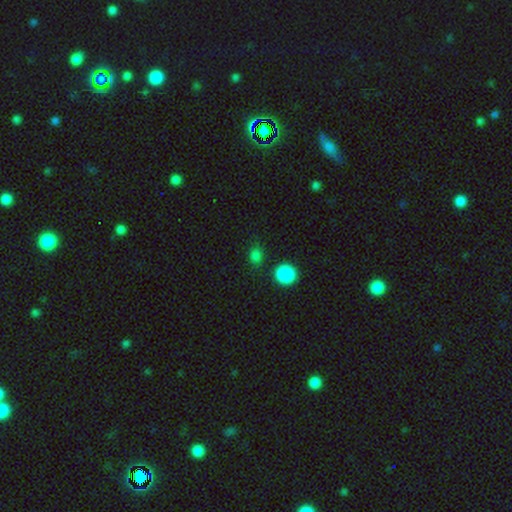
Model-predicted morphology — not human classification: Smooth or featured? smooth (81%)
How rounded? round (64%)
Merging? none (78%)